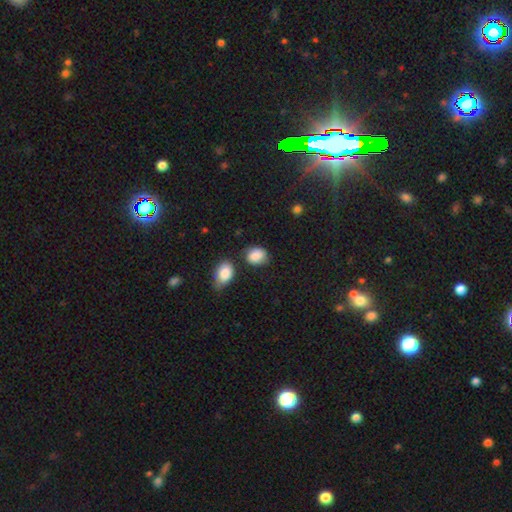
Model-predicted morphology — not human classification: smooth_or_featured: smooth (p=0.86) [alt: star or artifact p=0.08]
how_rounded: in between (p=0.57) [alt: round p=0.42]
merging: none (p=0.64) [alt: minor disturbance p=0.22]